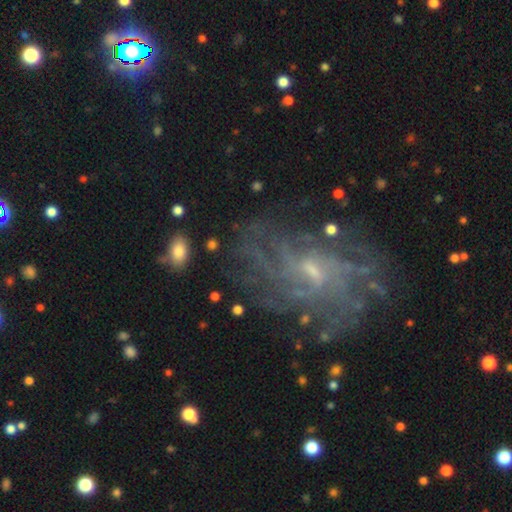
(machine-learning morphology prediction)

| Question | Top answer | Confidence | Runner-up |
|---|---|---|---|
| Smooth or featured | featured or disk | 79% | star or artifact (12%) |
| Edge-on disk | no | 96% | yes (4%) |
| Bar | weak | 46% | no (45%) |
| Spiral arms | yes | 88% | no (12%) |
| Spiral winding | tight | 46% | medium (34%) |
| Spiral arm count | can't tell | 43% | more than 4 (21%) |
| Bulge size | small | 67% | moderate (24%) |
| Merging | none | 73% | minor disturbance (15%) |